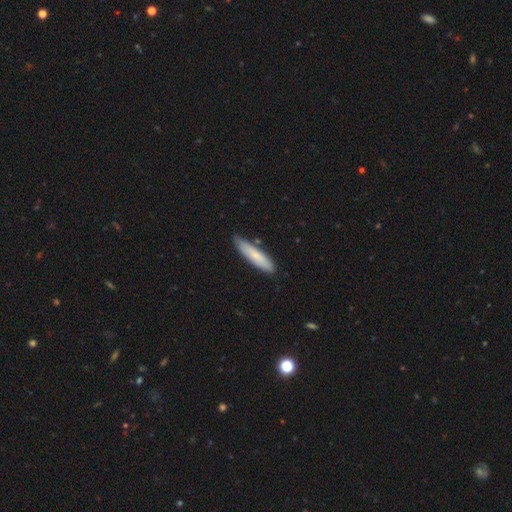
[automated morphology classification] smooth 76%, featured or disk 18%, star or artifact 6%. Down the decision tree: how rounded — cigar-shaped (77%); merging — none (82%).